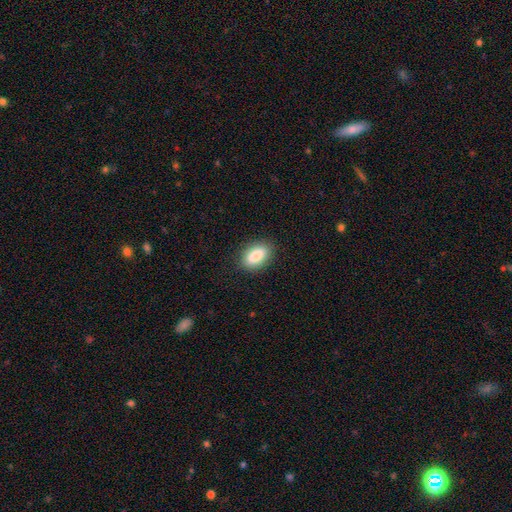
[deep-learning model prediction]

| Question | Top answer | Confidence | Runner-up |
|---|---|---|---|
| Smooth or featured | smooth | 85% | featured or disk (8%) |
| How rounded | in between | 89% | round (7%) |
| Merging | none | 87% | minor disturbance (10%) |